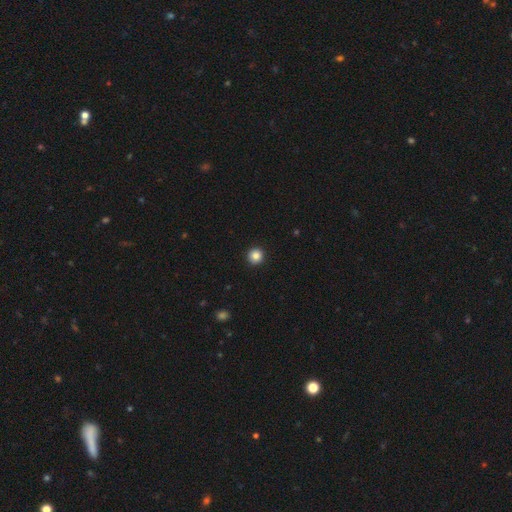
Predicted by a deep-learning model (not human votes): Q: Smooth or featured?
A: smooth (86%); runner-up: star or artifact (11%)
Q: How rounded?
A: round (95%); runner-up: in between (4%)
Q: Merging?
A: none (94%); runner-up: minor disturbance (4%)